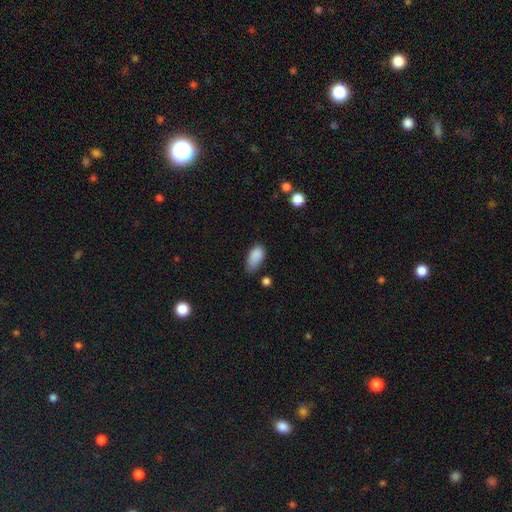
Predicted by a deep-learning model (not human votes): Morphology: type=smooth (87%); roundness=in between (92%); merging=none (51%).